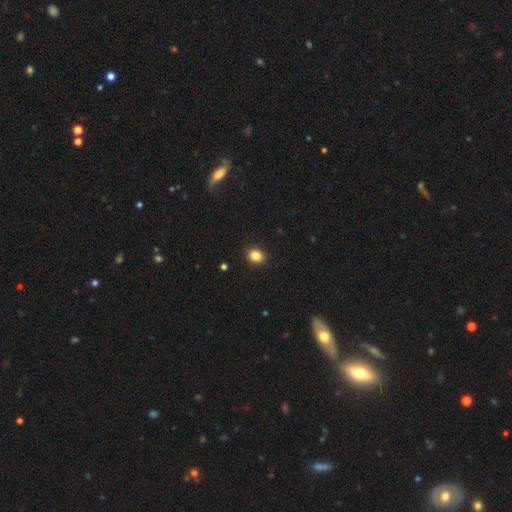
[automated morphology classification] Smooth or featured?
  - smooth: 86% *
  - star or artifact: 10%
  - featured or disk: 4%
How rounded?
  - round: 51% *
  - in between: 48%
  - cigar-shaped: 1%
Merging?
  - none: 92% *
  - minor disturbance: 6%
  - major disturbance: 2%
  - merger: 1%